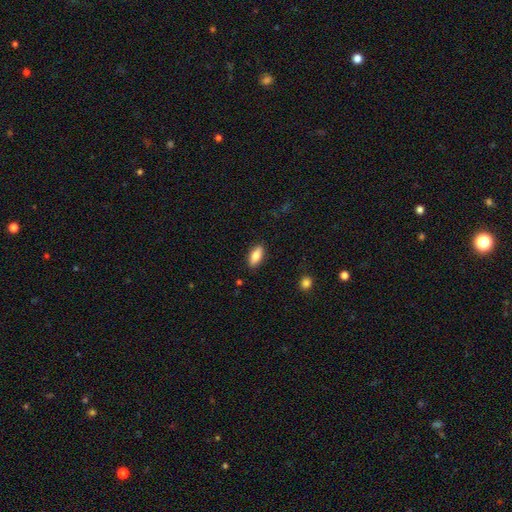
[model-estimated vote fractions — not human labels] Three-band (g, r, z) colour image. It shows a smooth galaxy with no disk features (80%) that is in between round and cigar-shaped (80%). Merging: none (88%).